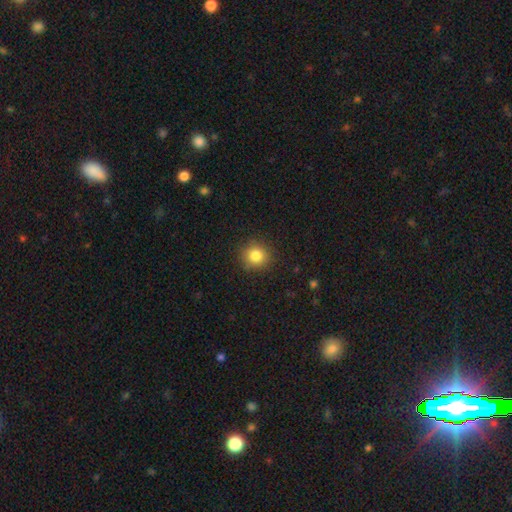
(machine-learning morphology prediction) This appears to be a smooth galaxy with no disk features (83%) that is round (89%). Merging: none (88%).